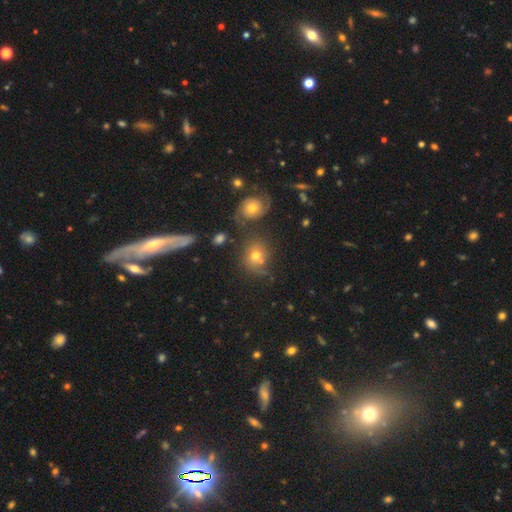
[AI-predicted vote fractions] A smooth galaxy with no disk features (61%) that is round (70%). Merging: none (57%).